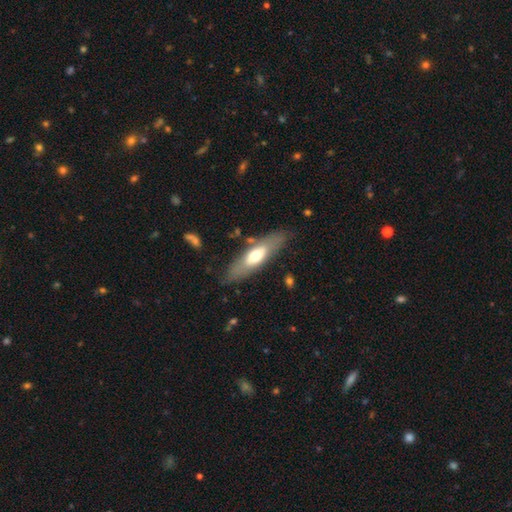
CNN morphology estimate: Overall: smooth (52%; featured or disk 42%). How rounded: in between (53%; cigar-shaped 45%). Merging: none (78%).